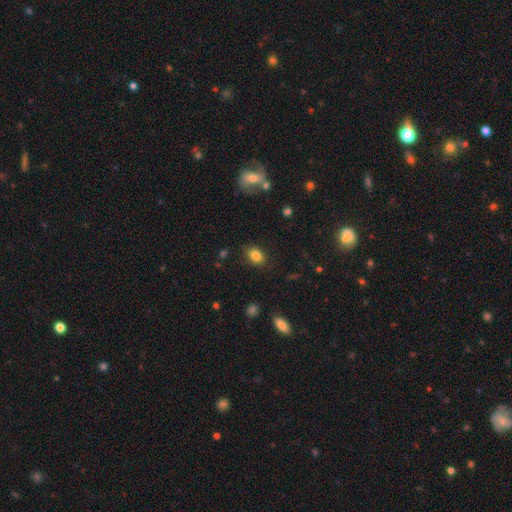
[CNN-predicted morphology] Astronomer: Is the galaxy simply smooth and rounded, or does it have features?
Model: smooth — 83%.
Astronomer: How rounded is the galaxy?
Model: in between — 69%.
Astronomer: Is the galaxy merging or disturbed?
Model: none — 82%.